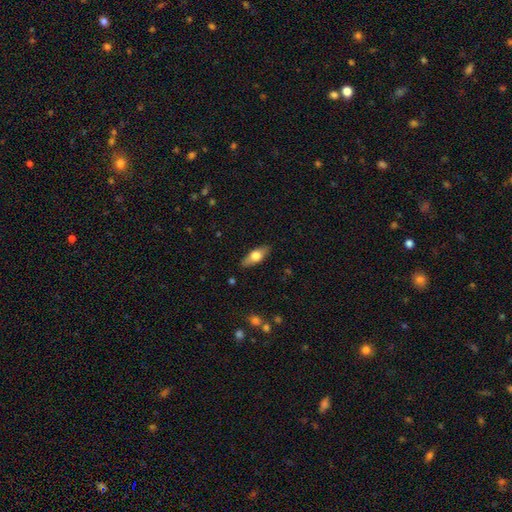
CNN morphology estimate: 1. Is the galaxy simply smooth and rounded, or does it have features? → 61% smooth, 33% featured or disk, 6% star or artifact.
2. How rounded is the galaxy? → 68% in between, 28% cigar-shaped, 3% round.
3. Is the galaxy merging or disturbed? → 86% none, 10% minor disturbance, 2% major disturbance, 1% merger.